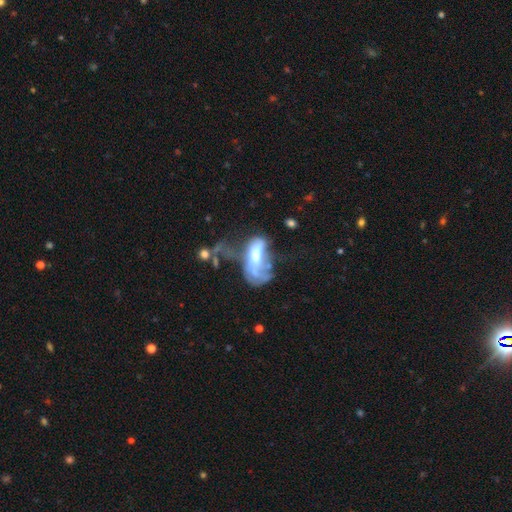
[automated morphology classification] Smooth or featured? featured or disk (51%)
Edge-on disk? no (91%)
Merging? major disturbance (52%)